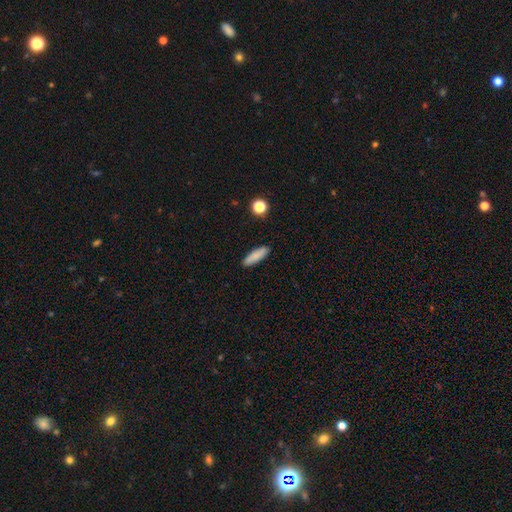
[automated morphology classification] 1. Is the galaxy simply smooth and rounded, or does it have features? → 85% smooth, 8% featured or disk, 7% star or artifact.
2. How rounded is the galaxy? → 65% cigar-shaped, 33% in between, 2% round.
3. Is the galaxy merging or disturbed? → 89% none, 8% minor disturbance, 2% major disturbance, 1% merger.